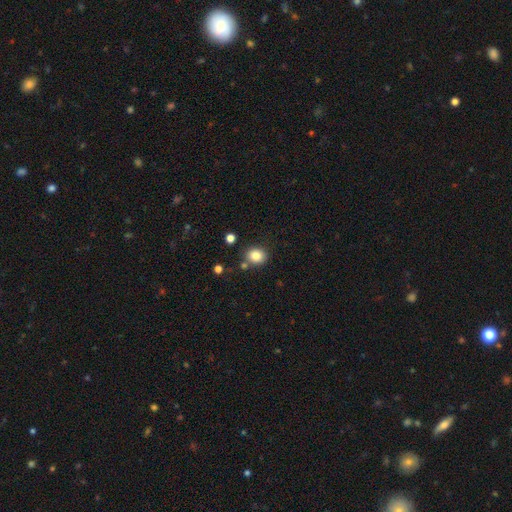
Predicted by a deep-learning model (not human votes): smooth_or_featured: smooth (p=0.83) [alt: star or artifact p=0.10]
how_rounded: round (p=0.67) [alt: in between p=0.32]
merging: none (p=0.79) [alt: minor disturbance p=0.10]